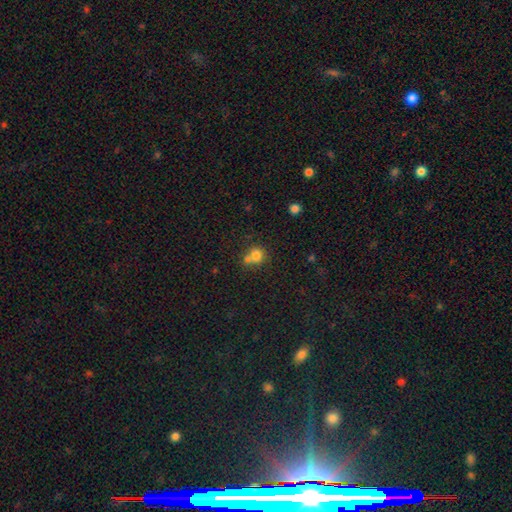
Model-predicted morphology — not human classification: This is likely a smooth galaxy (79%). How rounded: clearly round (89%). Merging: possibly none (53%).